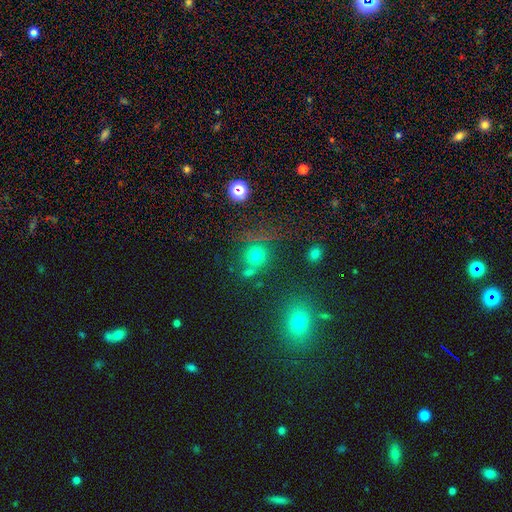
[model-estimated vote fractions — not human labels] A smooth galaxy with no disk features (67%) that is round (88%). Merging: none (67%).